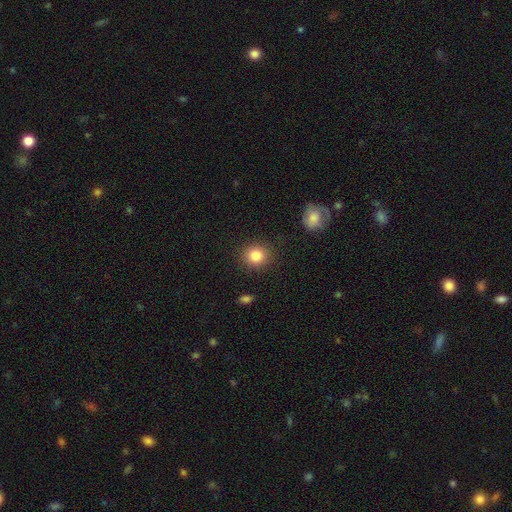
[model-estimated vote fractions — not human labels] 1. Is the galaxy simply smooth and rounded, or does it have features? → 84% smooth, 10% star or artifact, 6% featured or disk.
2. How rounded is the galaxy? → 86% round, 14% in between, 1% cigar-shaped.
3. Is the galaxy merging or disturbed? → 89% none, 7% minor disturbance, 3% major disturbance, 2% merger.